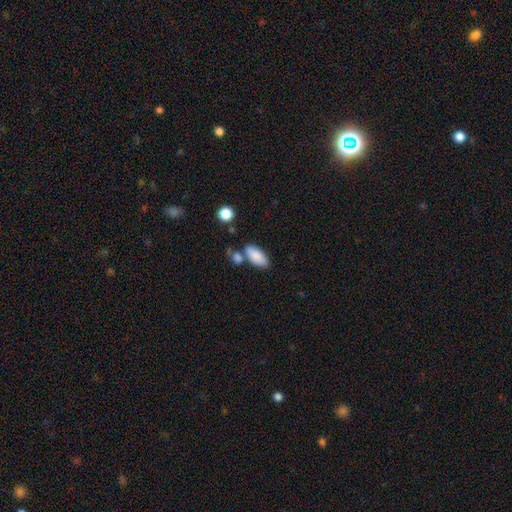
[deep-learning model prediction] Smooth or featured? smooth (86%)
How rounded? in between (87%)
Merging? none (63%)